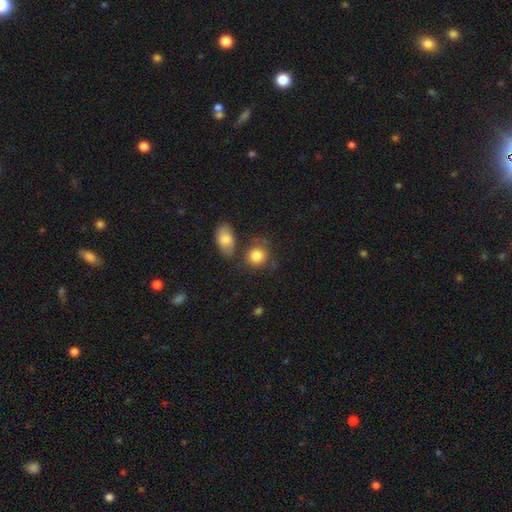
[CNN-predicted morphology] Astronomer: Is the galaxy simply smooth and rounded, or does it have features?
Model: smooth — 85%.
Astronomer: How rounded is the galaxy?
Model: round — 76%.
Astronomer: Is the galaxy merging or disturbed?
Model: none — 65%.